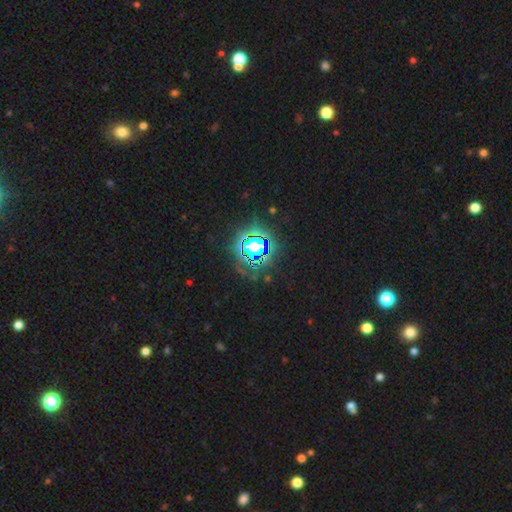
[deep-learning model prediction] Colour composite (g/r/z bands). It shows a star or artifact, not a galaxy (82%).